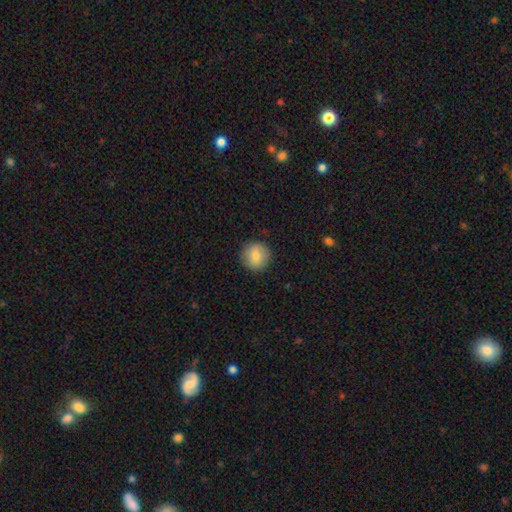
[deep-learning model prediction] smooth_or_featured: smooth (p=0.78) [alt: featured or disk p=0.14]
how_rounded: round (p=0.94) [alt: in between p=0.05]
merging: none (p=0.90) [alt: minor disturbance p=0.07]